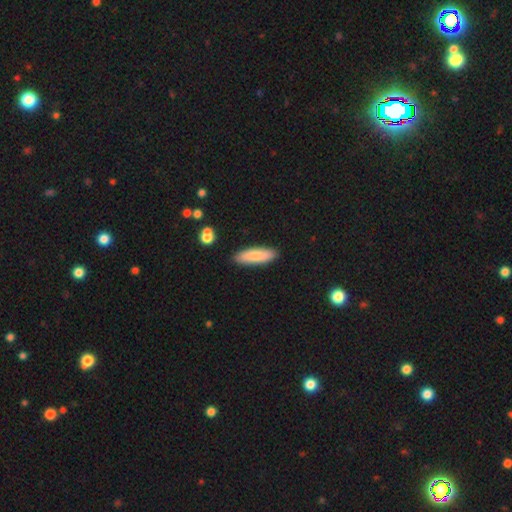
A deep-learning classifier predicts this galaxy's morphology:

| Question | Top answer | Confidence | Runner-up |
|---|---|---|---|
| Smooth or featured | smooth | 83% | featured or disk (11%) |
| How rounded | cigar-shaped | 60% | in between (39%) |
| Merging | none | 89% | minor disturbance (8%) |